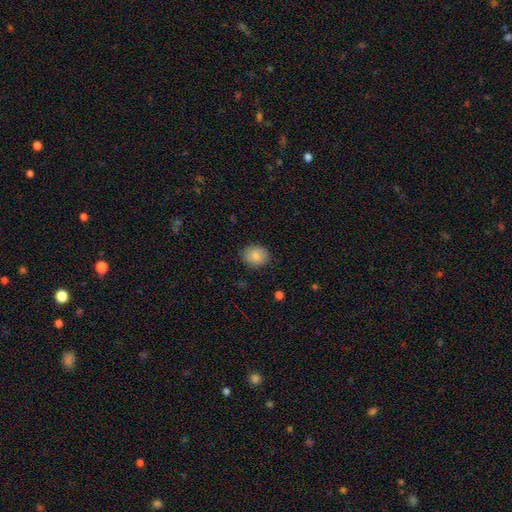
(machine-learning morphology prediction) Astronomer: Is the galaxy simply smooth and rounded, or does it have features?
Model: smooth — 84%.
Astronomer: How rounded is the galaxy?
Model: round — 57% (runner-up: in between, 42%).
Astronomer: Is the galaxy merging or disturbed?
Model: none — 86%.